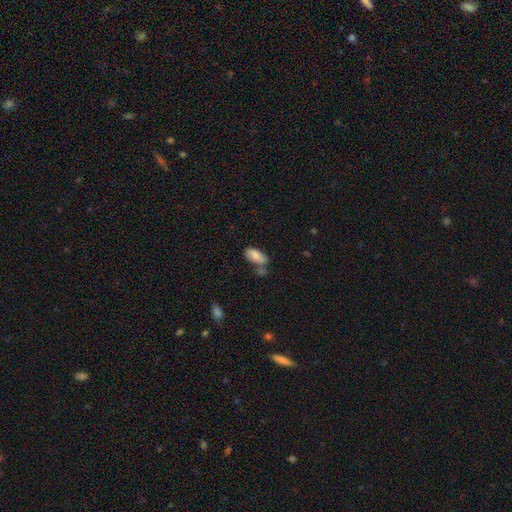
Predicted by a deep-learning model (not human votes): Morphology: type=smooth (82%); roundness=in between (88%); merging=none (50%).